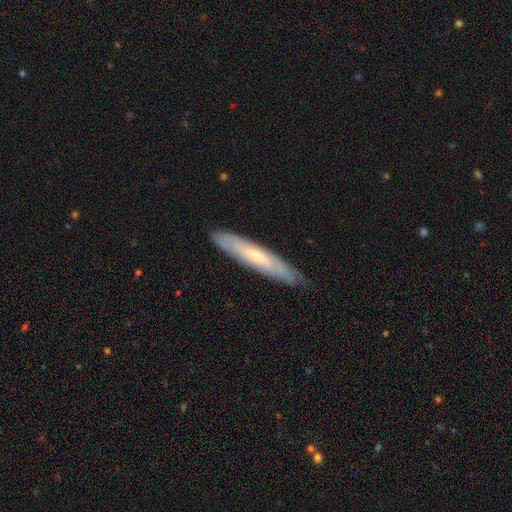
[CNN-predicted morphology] smooth-or-featured: featured or disk: 55% | smooth: 39% | star or artifact: 6%
  disk-edge-on: yes: 62% | no: 38%
  merging: none: 84% | minor disturbance: 13% | major disturbance: 2% | merger: 1%